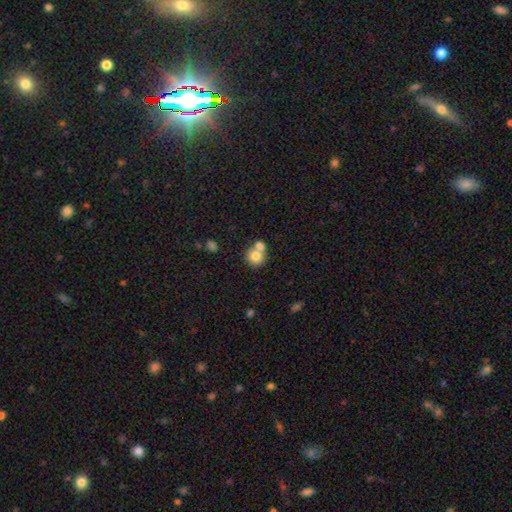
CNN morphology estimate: Smooth or featured: smooth — 77% (featured or disk — 14%)
How rounded: round — 86% (in between — 13%)
Merging: merger — 50% (none — 41%)